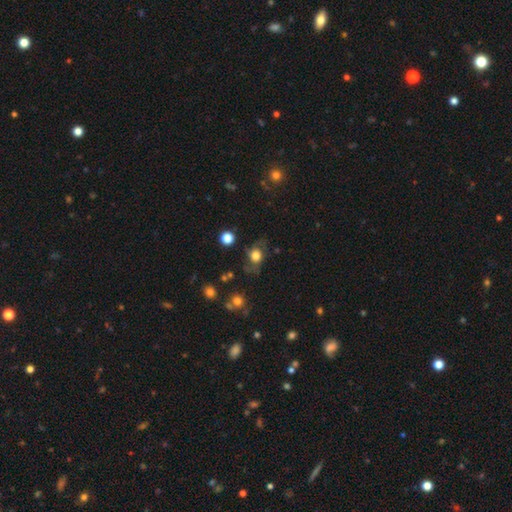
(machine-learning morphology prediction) Smooth or featured? smooth (56%)
How rounded? round (64%)
Merging? none (58%)